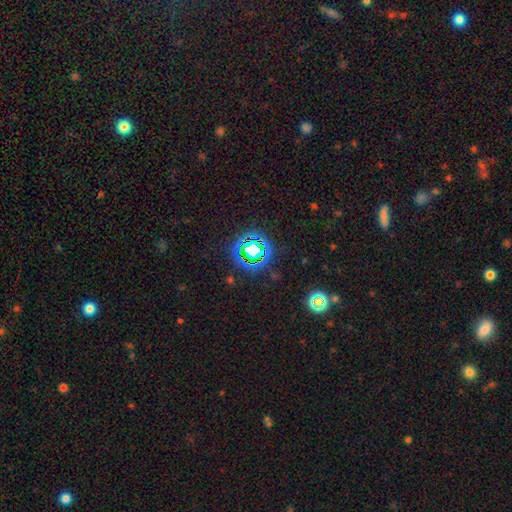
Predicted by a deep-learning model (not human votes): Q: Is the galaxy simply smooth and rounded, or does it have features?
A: star or artifact — 72%.